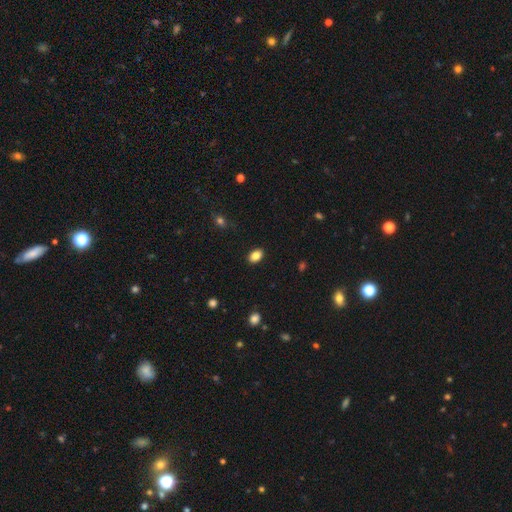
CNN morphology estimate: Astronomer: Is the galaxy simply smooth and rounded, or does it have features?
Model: smooth — 86%.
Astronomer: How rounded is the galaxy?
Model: in between — 84%.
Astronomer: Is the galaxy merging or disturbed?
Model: none — 89%.